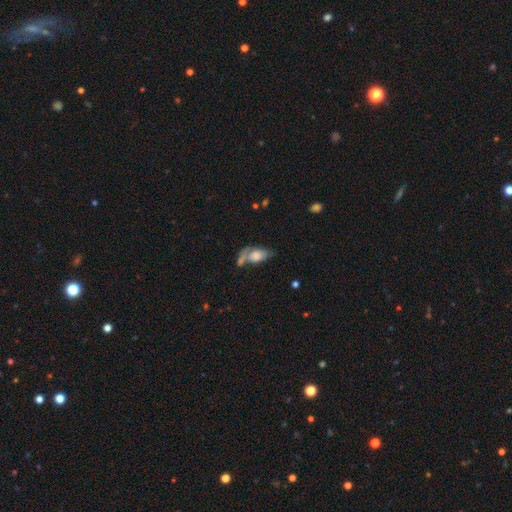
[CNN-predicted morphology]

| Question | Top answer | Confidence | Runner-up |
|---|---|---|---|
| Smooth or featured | smooth | 60% | featured or disk (31%) |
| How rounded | in between | 87% | cigar-shaped (7%) |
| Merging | merger | 31% | none (29%) |